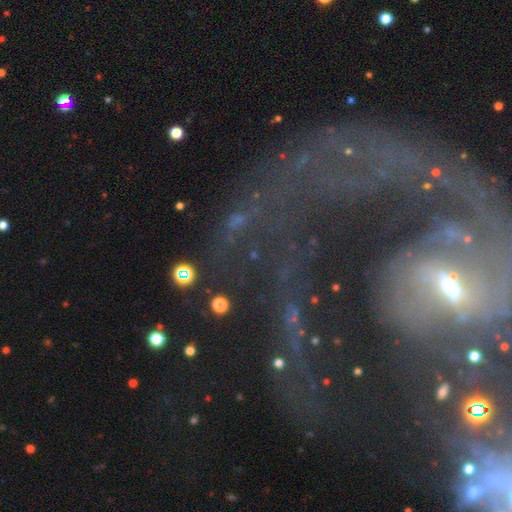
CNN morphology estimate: Smooth or featured?
  - featured or disk: 75% *
  - star or artifact: 14%
  - smooth: 11%
Edge-on disk?
  - no: 95% *
  - yes: 5%
Bar?
  - weak: 38% *
  - no: 35%
  - strong: 27%
Spiral arms?
  - yes: 79% *
  - no: 21%
Spiral winding?
  - loose: 41% *
  - medium: 37%
  - tight: 22%
Spiral arm count?
  - 2: 49% *
  - can't tell: 17%
  - 1: 14%
  - 3: 8%
  - 4: 6%
  - more than 4: 6%
Bulge size?
  - small: 47% *
  - moderate: 41%
  - large: 6%
  - none: 4%
  - dominant: 3%
Merging?
  - major disturbance: 38% *
  - none: 37%
  - minor disturbance: 13%
  - merger: 12%